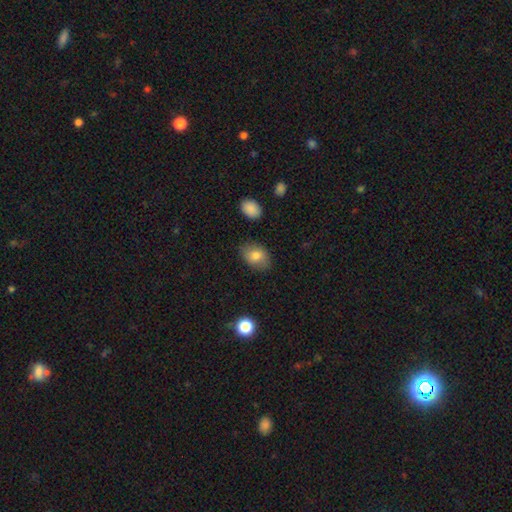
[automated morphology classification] smooth_or_featured: smooth (p=0.80) [alt: featured or disk p=0.12]
how_rounded: in between (p=0.77) [alt: round p=0.22]
merging: none (p=0.81) [alt: minor disturbance p=0.14]